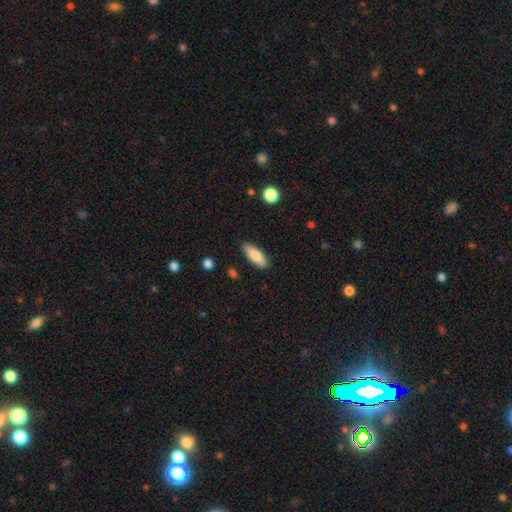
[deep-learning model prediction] Smooth or featured? Predicted: smooth (p=0.82). How rounded? Predicted: in between (p=0.66). Merging? Predicted: none (p=0.87).